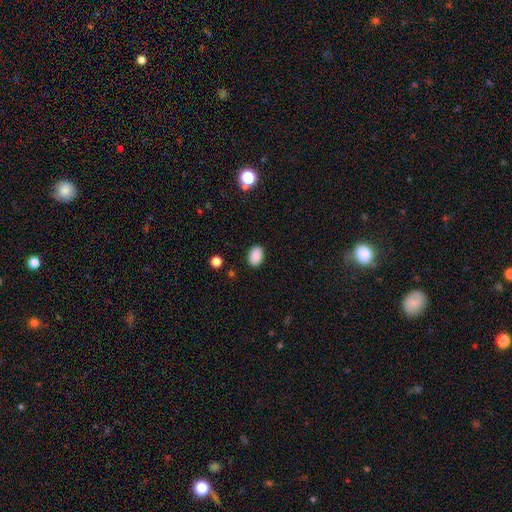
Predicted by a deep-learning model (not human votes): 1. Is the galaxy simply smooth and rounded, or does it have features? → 88% smooth, 8% star or artifact, 4% featured or disk.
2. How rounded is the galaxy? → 85% in between, 14% round, 1% cigar-shaped.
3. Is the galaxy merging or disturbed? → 87% none, 10% minor disturbance, 2% major disturbance, 1% merger.